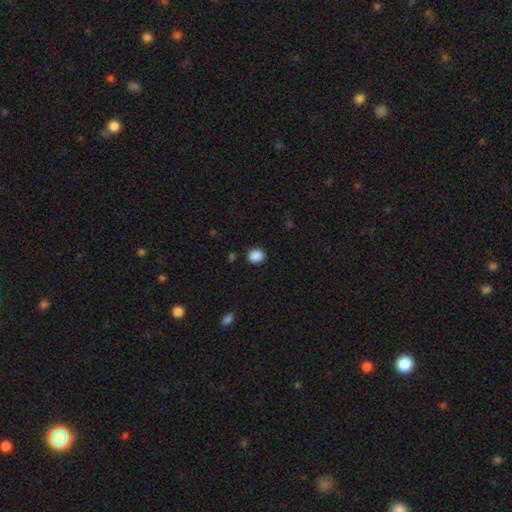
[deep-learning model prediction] Smooth or featured: smooth — 88% (star or artifact — 9%)
How rounded: round — 68% (in between — 31%)
Merging: none — 87% (minor disturbance — 9%)